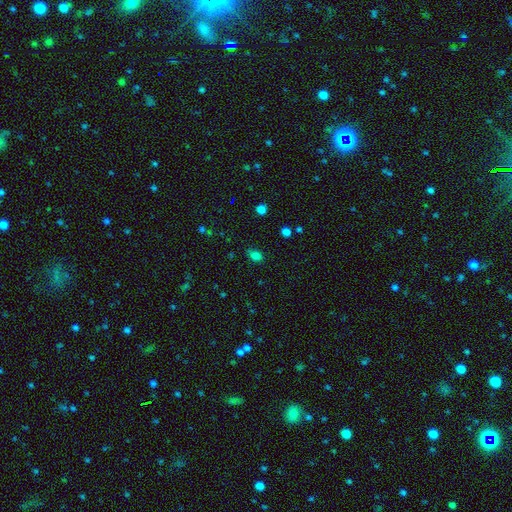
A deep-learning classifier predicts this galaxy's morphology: Smooth or featured: smooth — 77% (star or artifact — 18%)
How rounded: in between — 66% (round — 32%)
Merging: none — 72% (minor disturbance — 20%)